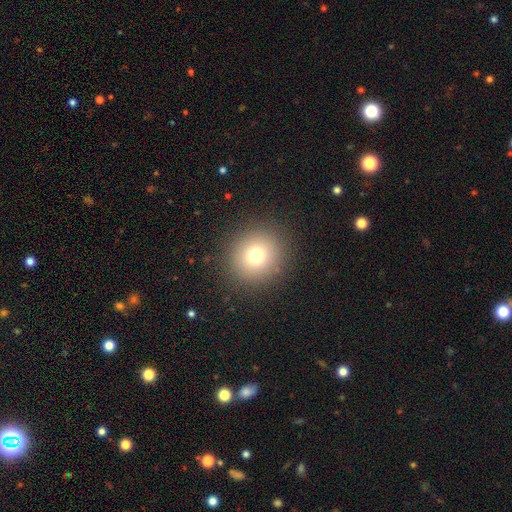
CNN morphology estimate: Smooth or featured: smooth — 74% (star or artifact — 16%)
How rounded: round — 92% (in between — 7%)
Merging: none — 89% (minor disturbance — 6%)